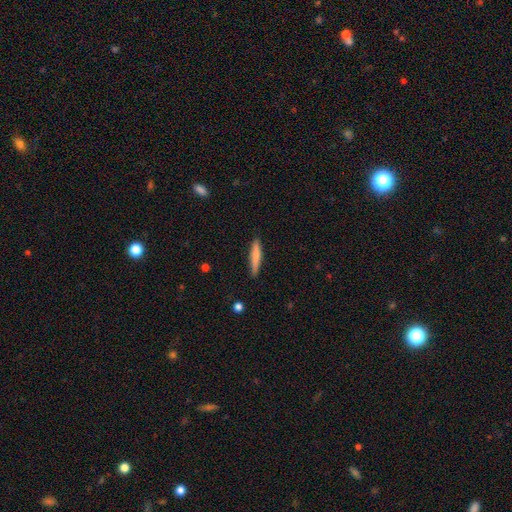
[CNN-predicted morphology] A smooth galaxy with no disk features (73%) that is cigar-shaped (91%).

Vote fractions:
- Smooth or featured? smooth: 73% / featured or disk: 22% / star or artifact: 6%
- How rounded? cigar-shaped: 91% / in between: 8% / round: 1%
- Merging? none: 87% / minor disturbance: 10% / major disturbance: 2% / merger: 1%